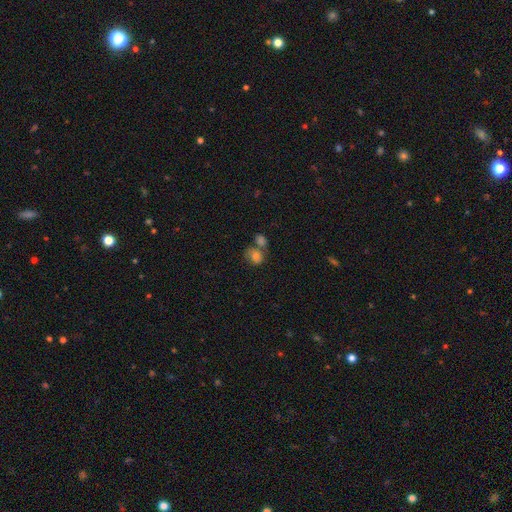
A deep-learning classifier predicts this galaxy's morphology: type=smooth (78%); roundness=round (60%); merging=merger (43%).